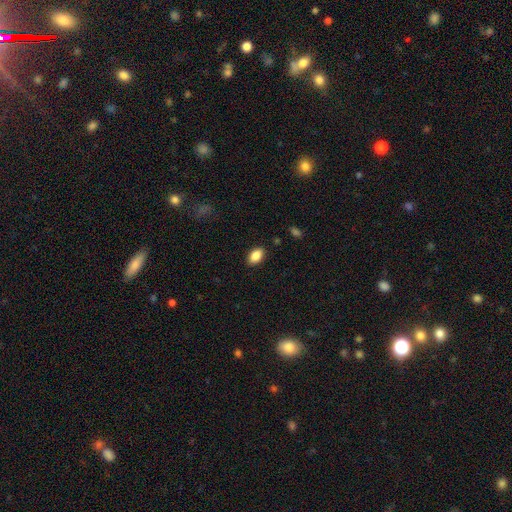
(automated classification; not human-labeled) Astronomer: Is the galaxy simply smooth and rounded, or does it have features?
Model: smooth — 88%.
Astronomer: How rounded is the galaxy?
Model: in between — 91%.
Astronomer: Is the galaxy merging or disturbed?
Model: none — 88%.